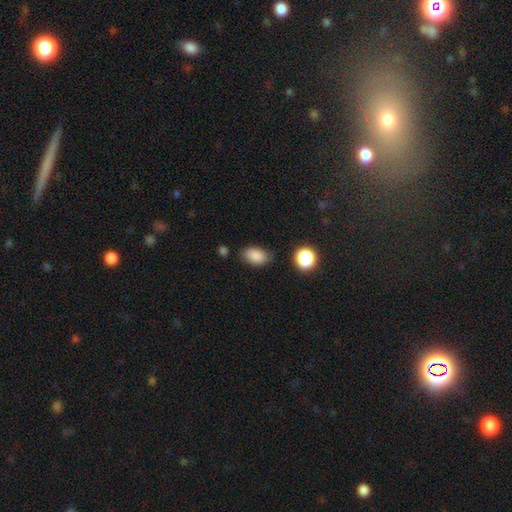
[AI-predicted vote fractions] Overall: smooth (86%). How rounded: in between (89%). Merging: none (79%).